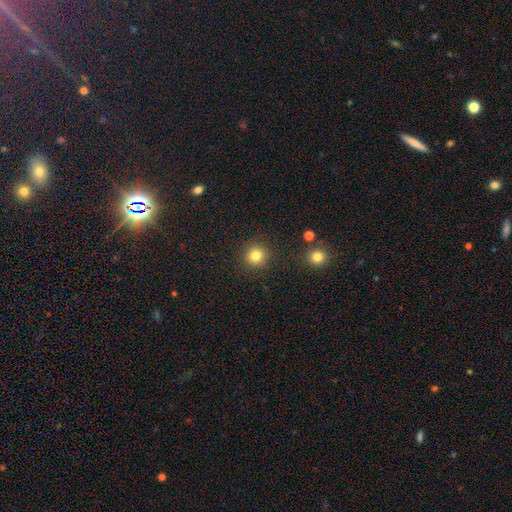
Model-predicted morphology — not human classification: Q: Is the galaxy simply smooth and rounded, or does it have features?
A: smooth — 82%.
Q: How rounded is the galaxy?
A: round — 93%.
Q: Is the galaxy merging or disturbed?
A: none — 90%.